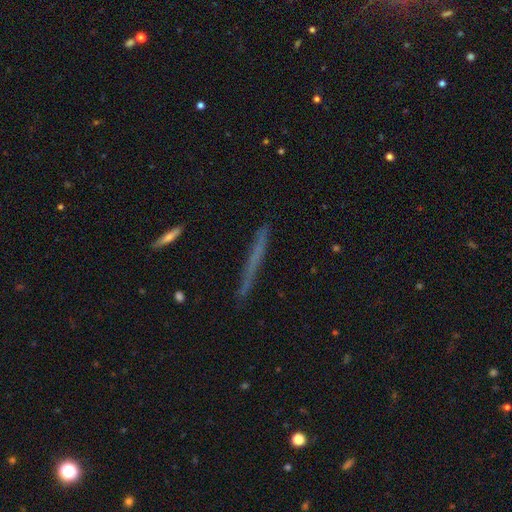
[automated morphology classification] smooth_or_featured: smooth (p=0.47) [alt: featured or disk p=0.43]
merging: none (p=0.87) [alt: minor disturbance p=0.10]